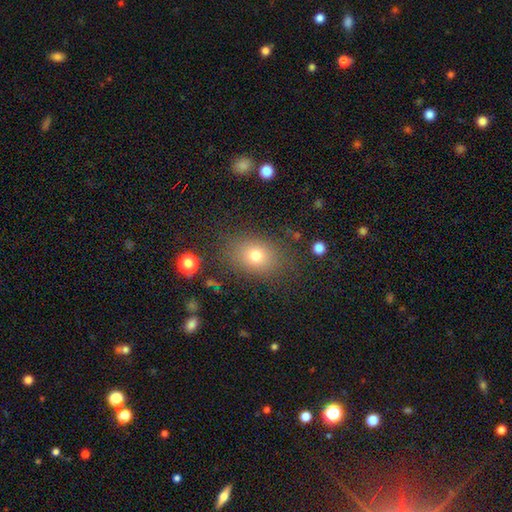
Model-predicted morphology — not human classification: This appears to be a smooth galaxy with no disk features (77%) that is in between round and cigar-shaped (67%). Merging: none (80%).